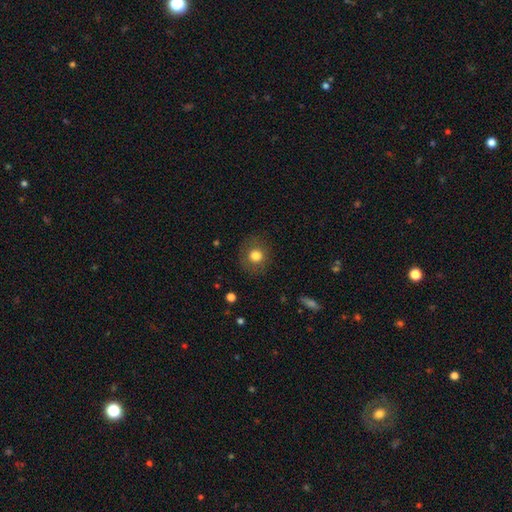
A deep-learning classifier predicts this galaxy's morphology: A smooth galaxy with no disk features (79%) that is round (87%).

Vote fractions:
- Smooth or featured? smooth: 79% / featured or disk: 11% / star or artifact: 10%
- How rounded? round: 87% / in between: 12% / cigar-shaped: 1%
- Merging? none: 85% / minor disturbance: 10% / major disturbance: 4% / merger: 1%